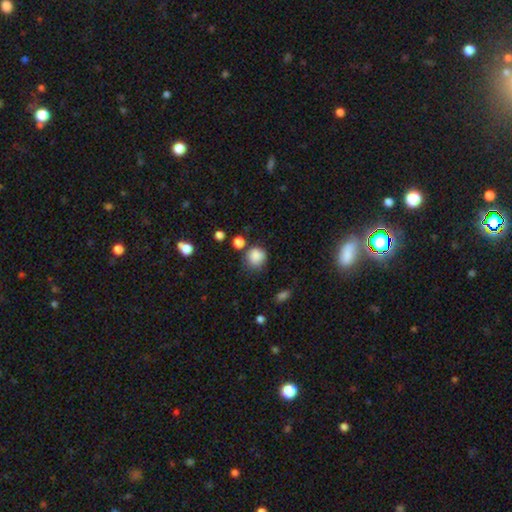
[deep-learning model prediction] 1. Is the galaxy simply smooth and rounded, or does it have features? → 85% smooth, 10% star or artifact, 5% featured or disk.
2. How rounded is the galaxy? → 84% round, 15% in between, 1% cigar-shaped.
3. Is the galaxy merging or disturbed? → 65% none, 20% minor disturbance, 8% merger, 7% major disturbance.